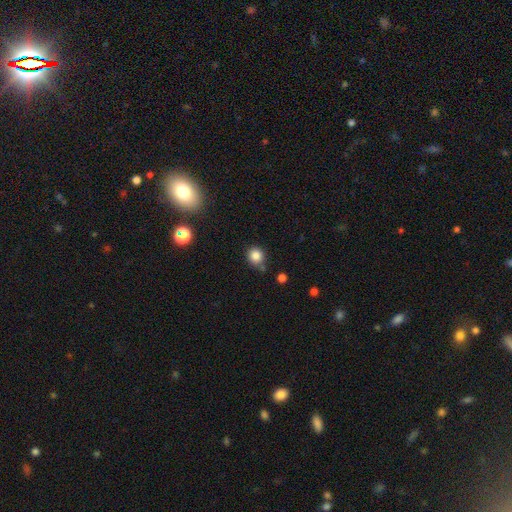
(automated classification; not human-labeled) Morphology: type=smooth (84%); roundness=round (85%); merging=none (74%).